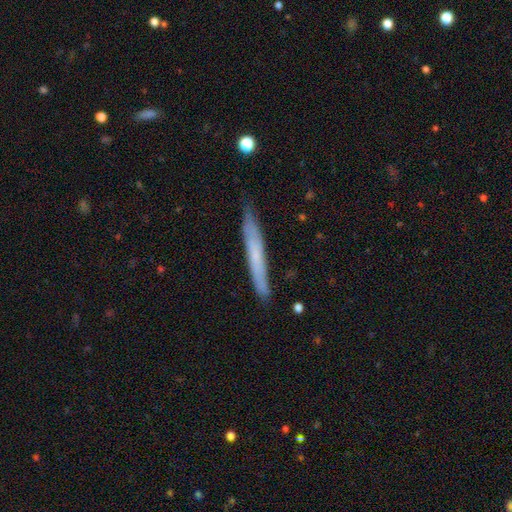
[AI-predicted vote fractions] A smooth galaxy with no disk features (50%) that is cigar-shaped (96%). Merging: none (83%).